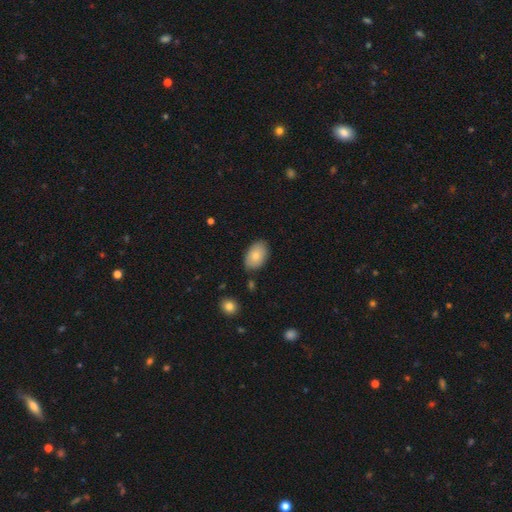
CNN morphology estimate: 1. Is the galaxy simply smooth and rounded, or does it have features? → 82% smooth, 11% featured or disk, 7% star or artifact.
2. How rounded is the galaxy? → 92% in between, 7% round, 1% cigar-shaped.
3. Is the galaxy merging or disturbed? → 82% none, 13% minor disturbance, 3% major disturbance, 2% merger.